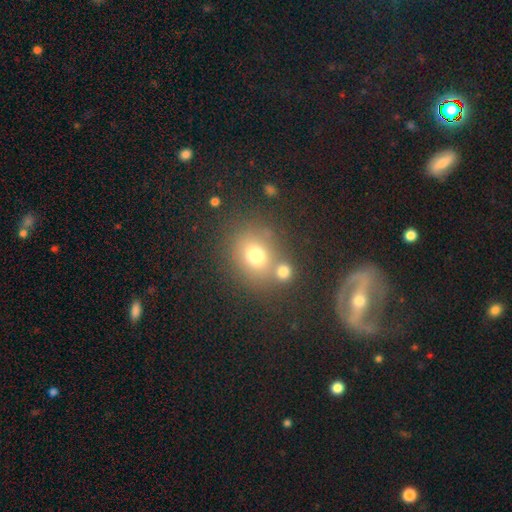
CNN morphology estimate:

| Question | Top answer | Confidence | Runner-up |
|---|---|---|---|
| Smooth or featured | smooth | 72% | star or artifact (16%) |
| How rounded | round | 72% | in between (27%) |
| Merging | none | 59% | merger (25%) |